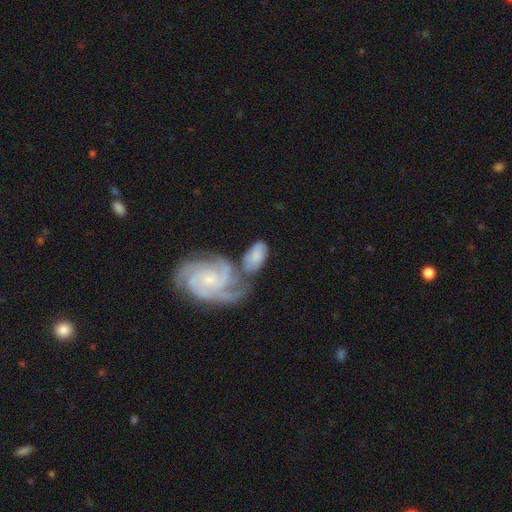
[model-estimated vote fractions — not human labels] Q: Smooth or featured?
A: smooth (52%); runner-up: featured or disk (42%)
Q: How rounded?
A: in between (92%); runner-up: round (4%)
Q: Merging?
A: none (39%); runner-up: merger (36%)